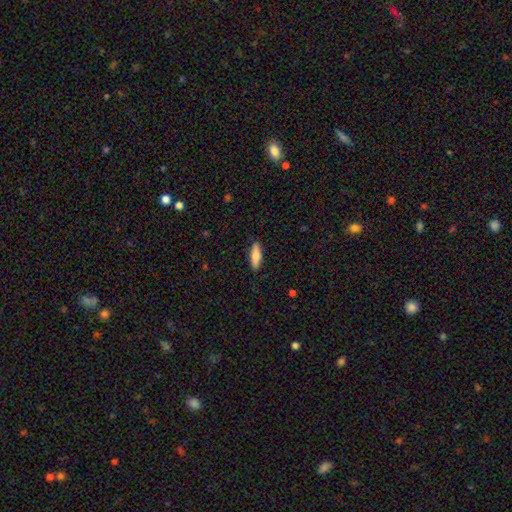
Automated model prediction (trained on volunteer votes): This appears to be a smooth galaxy with no disk features (79%) that is cigar-shaped (54%). Merging: none (88%).